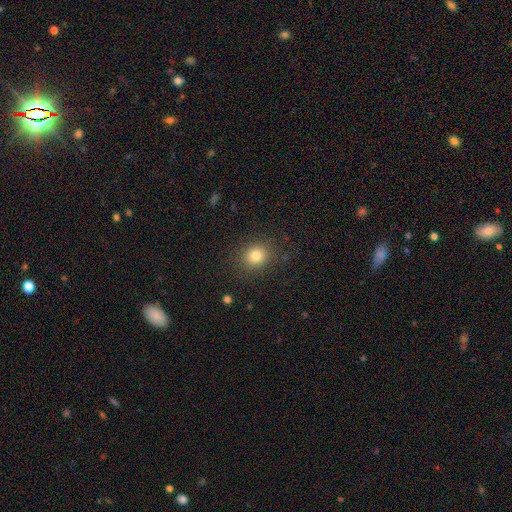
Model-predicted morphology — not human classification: Smooth or featured?
  - smooth: 81% *
  - star or artifact: 12%
  - featured or disk: 7%
How rounded?
  - round: 73% *
  - in between: 26%
  - cigar-shaped: 1%
Merging?
  - none: 86% *
  - minor disturbance: 9%
  - major disturbance: 4%
  - merger: 1%